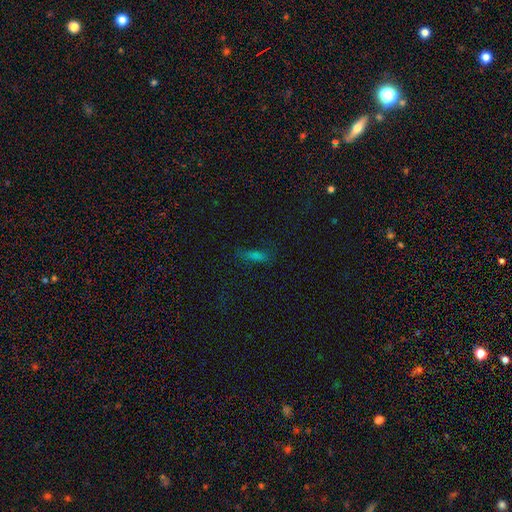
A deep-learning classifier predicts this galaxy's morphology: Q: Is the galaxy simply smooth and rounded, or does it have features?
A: smooth — 59%.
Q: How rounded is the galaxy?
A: cigar-shaped — 56%.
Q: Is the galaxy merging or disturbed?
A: none — 71%.